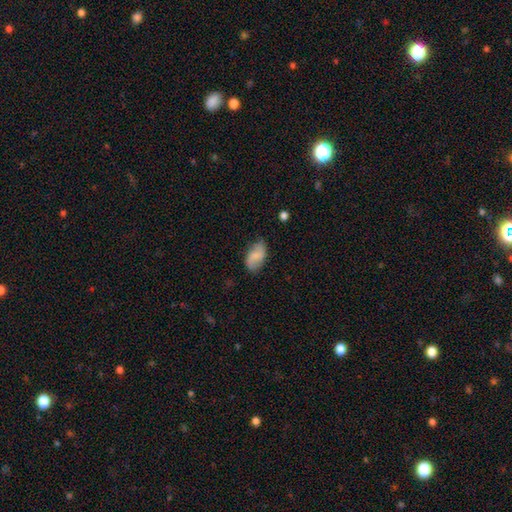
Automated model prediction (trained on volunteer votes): The model was most divided on "smooth or featured": smooth: 67%, featured or disk: 26%, star or artifact: 8%. More confident: how rounded — in between (93%); merging — none (72%).